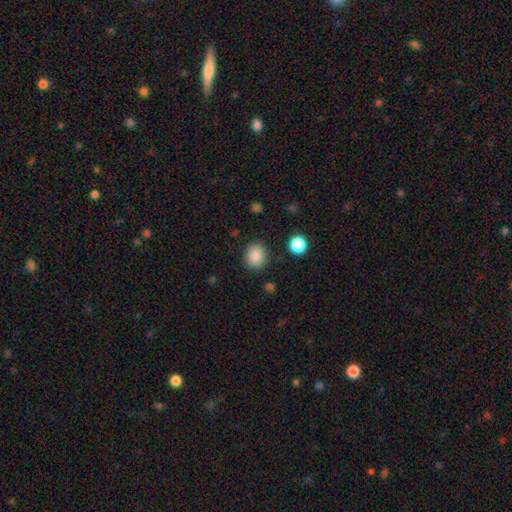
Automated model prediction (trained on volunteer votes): Smooth or featured?
  - smooth: 86% *
  - star or artifact: 9%
  - featured or disk: 4%
How rounded?
  - round: 65% *
  - in between: 34%
  - cigar-shaped: 1%
Merging?
  - none: 85% *
  - minor disturbance: 10%
  - major disturbance: 3%
  - merger: 2%